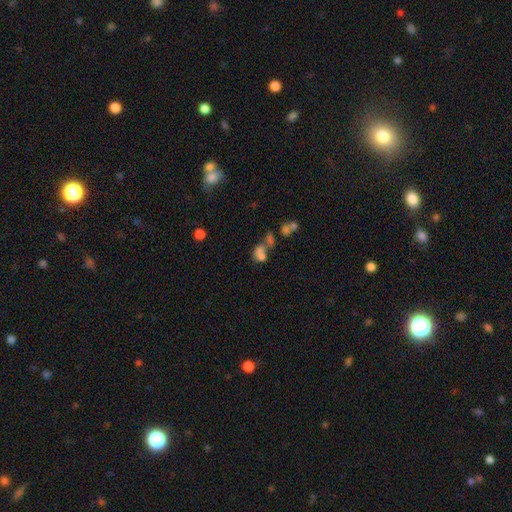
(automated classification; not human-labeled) A star or artifact, not a galaxy (45%).